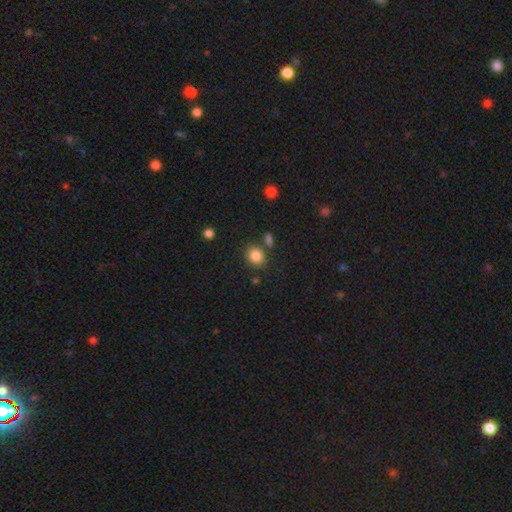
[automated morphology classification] Smooth or featured? Predicted: smooth (p=0.84). How rounded? Predicted: round (p=0.60). Merging? Predicted: none (p=0.76).